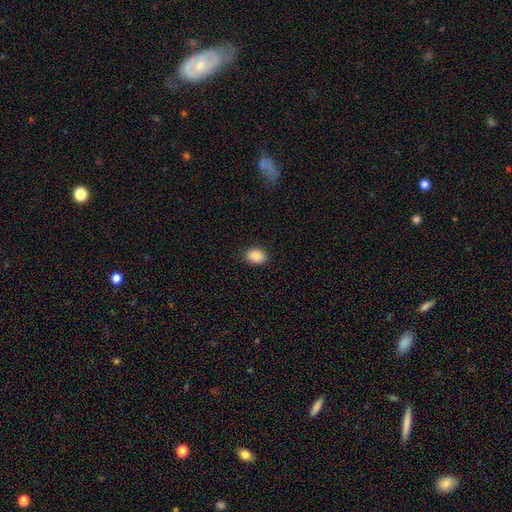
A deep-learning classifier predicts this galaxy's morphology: The model was most divided on "how rounded": in between: 76%, round: 23%, cigar-shaped: 1%. More confident: merging — none (90%); smooth or featured — smooth (87%).